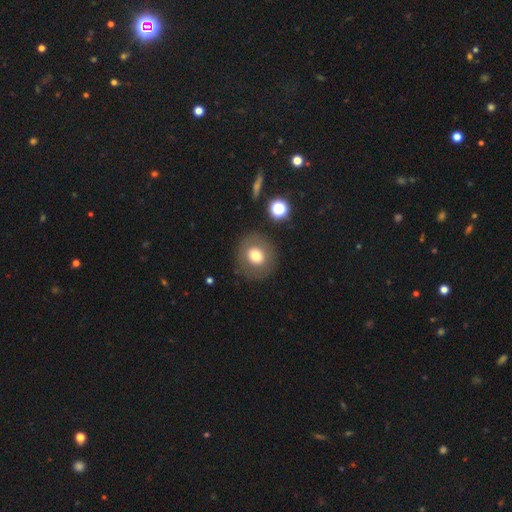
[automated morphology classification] Smooth or featured?
  - smooth: 70% *
  - featured or disk: 20%
  - star or artifact: 10%
How rounded?
  - round: 82% *
  - in between: 17%
  - cigar-shaped: 1%
Merging?
  - none: 86% *
  - minor disturbance: 8%
  - major disturbance: 4%
  - merger: 2%